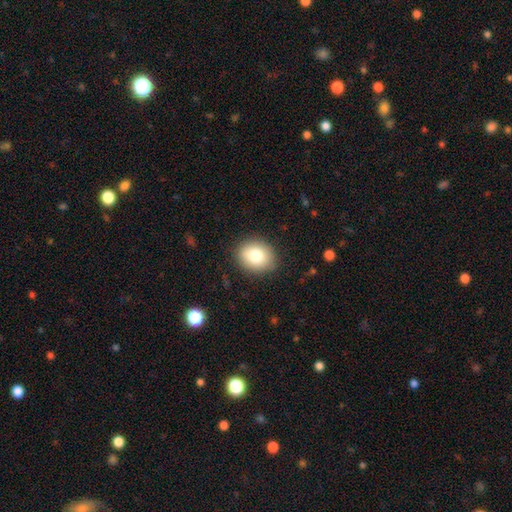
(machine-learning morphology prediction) A smooth galaxy with no disk features (79%) that is round (59%).

Vote fractions:
- Smooth or featured? smooth: 79% / featured or disk: 12% / star or artifact: 9%
- How rounded? round: 59% / in between: 41% / cigar-shaped: 1%
- Merging? none: 87% / minor disturbance: 9% / major disturbance: 3% / merger: 1%